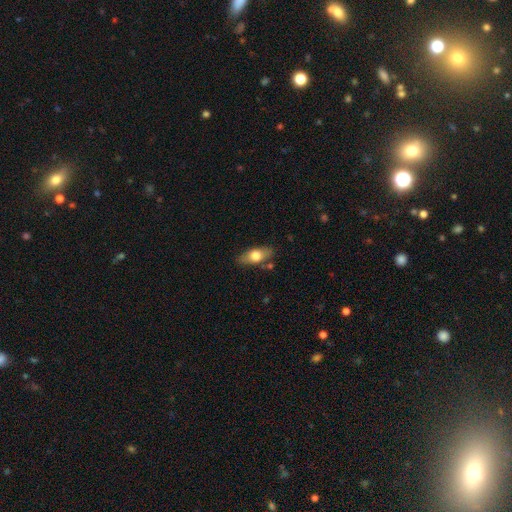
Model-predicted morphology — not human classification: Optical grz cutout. It shows a smooth galaxy with no disk features (68%) that is in between round and cigar-shaped (82%). Merging: none (77%).